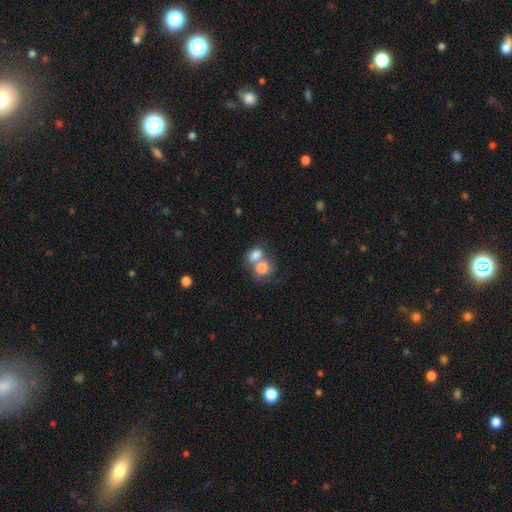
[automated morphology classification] smooth_or_featured: smooth (p=0.77) [alt: featured or disk p=0.15]
how_rounded: in between (p=0.55) [alt: round p=0.44]
merging: merger (p=0.66) [alt: none p=0.22]